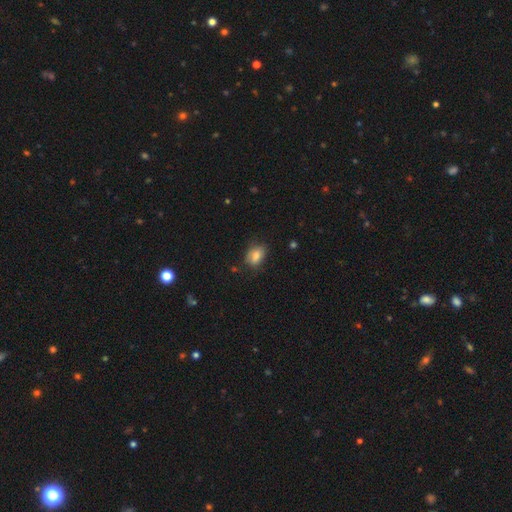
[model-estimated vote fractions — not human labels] Smooth or featured?
  - smooth: 82% *
  - featured or disk: 9%
  - star or artifact: 8%
How rounded?
  - in between: 80% *
  - round: 19%
  - cigar-shaped: 1%
Merging?
  - none: 70% *
  - minor disturbance: 22%
  - major disturbance: 5%
  - merger: 2%